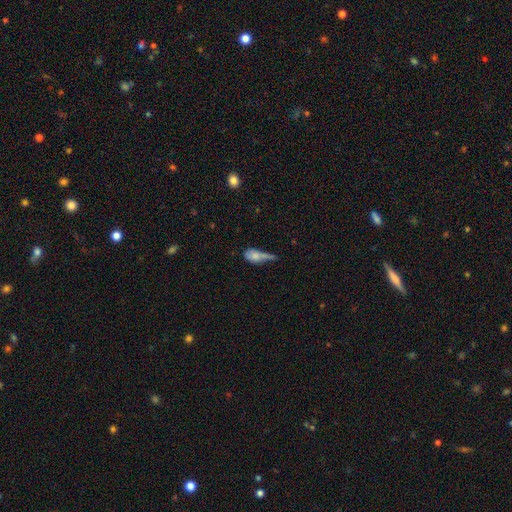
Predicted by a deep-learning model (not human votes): Overall: smooth (67%). How rounded: in between (76%). Merging: major disturbance (33%; minor disturbance 29%).